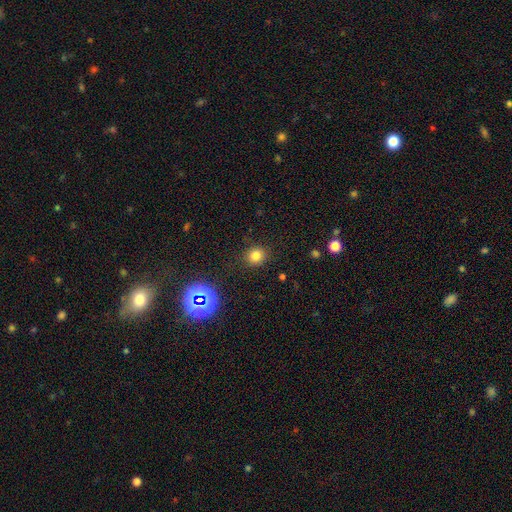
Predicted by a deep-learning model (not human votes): Morphology: type=smooth (77%); roundness=round (86%); merging=none (89%).